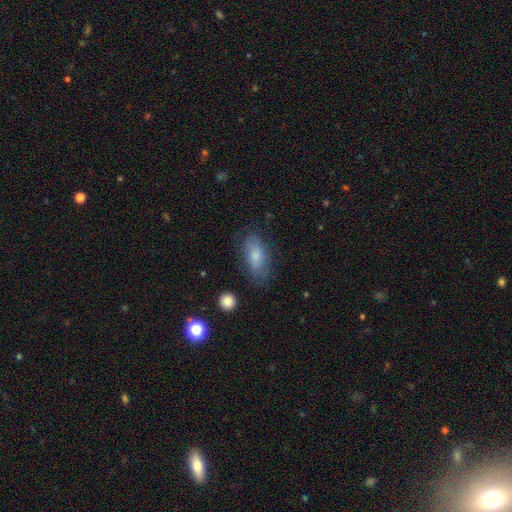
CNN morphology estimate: Overall: smooth (73%). How rounded: in between (89%). Merging: none (71%).